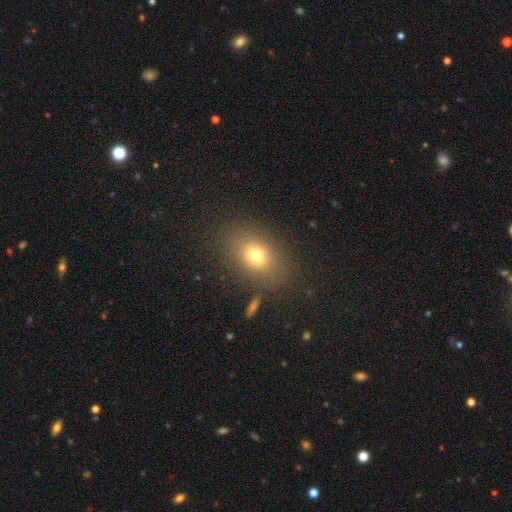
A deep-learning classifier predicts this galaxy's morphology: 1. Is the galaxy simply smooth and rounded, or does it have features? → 74% smooth, 13% star or artifact, 13% featured or disk.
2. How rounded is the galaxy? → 74% in between, 24% round, 2% cigar-shaped.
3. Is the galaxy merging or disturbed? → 82% none, 10% minor disturbance, 5% major disturbance, 3% merger.